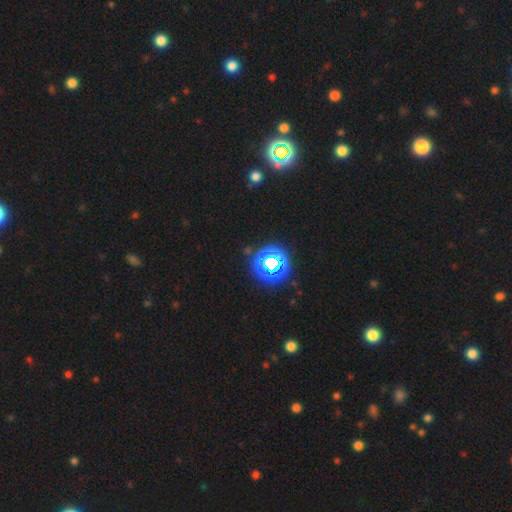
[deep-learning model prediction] Smooth or featured?
  - star or artifact: 70% *
  - smooth: 24%
  - featured or disk: 6%